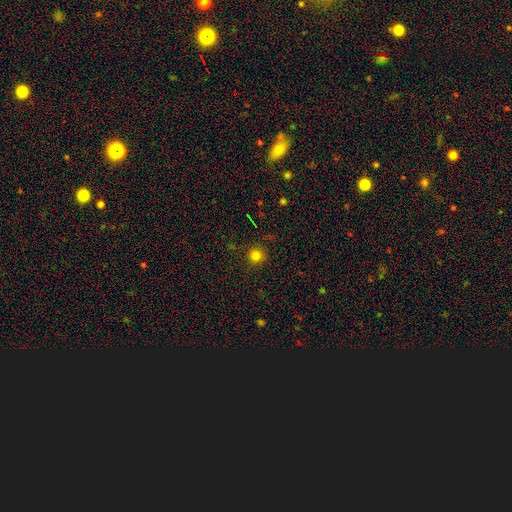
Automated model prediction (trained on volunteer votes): Smooth or featured?
  - smooth: 80% *
  - star or artifact: 15%
  - featured or disk: 5%
How rounded?
  - round: 95% *
  - in between: 5%
  - cigar-shaped: 1%
Merging?
  - none: 89% *
  - minor disturbance: 7%
  - major disturbance: 3%
  - merger: 1%